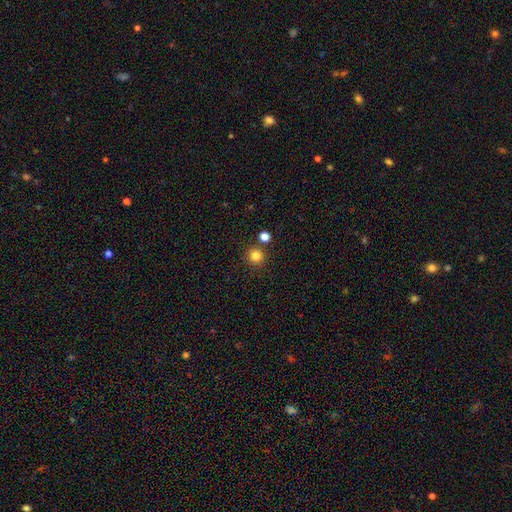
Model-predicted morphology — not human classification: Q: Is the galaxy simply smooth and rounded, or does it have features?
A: smooth — 83%.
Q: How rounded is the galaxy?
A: round — 94%.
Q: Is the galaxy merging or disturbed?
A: none — 85%.